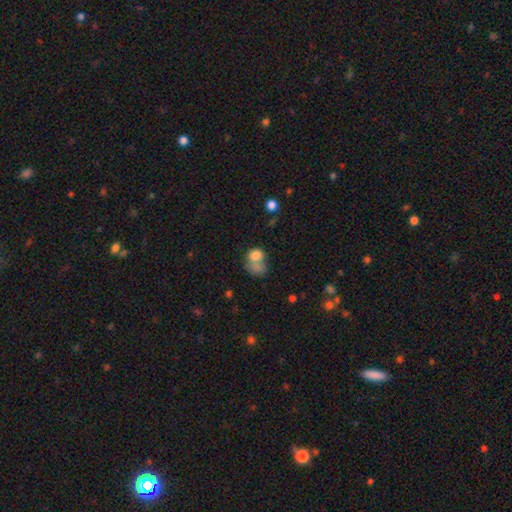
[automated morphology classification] A smooth galaxy with no disk features (76%) that is in between round and cigar-shaped (49%, tied with round).

Vote fractions:
- Smooth or featured? smooth: 76% / featured or disk: 14% / star or artifact: 10%
- How rounded? in between: 49% (tied) / round: 49% (tied) / cigar-shaped: 1%
- Merging? merger: 48% / none: 26% / major disturbance: 14% / minor disturbance: 13%